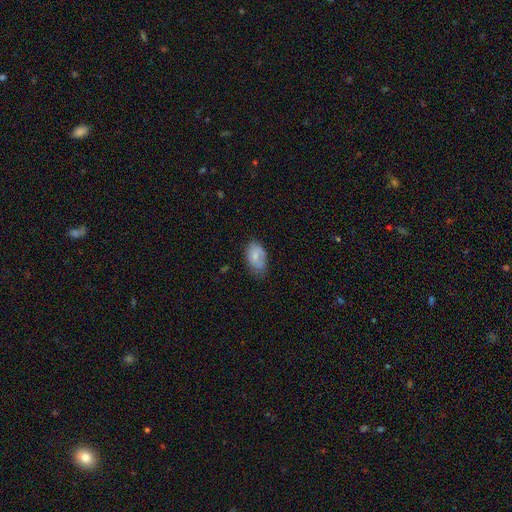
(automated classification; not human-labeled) Q: Smooth or featured?
A: smooth (71%); runner-up: featured or disk (22%)
Q: How rounded?
A: in between (90%); runner-up: round (8%)
Q: Merging?
A: none (57%); runner-up: minor disturbance (32%)